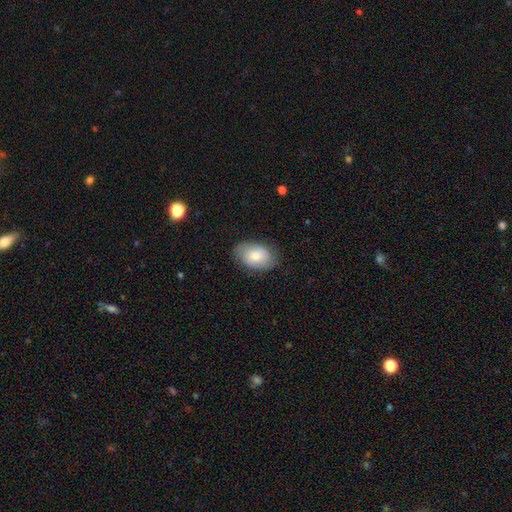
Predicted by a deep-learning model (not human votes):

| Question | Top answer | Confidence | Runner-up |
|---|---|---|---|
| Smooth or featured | smooth | 74% | featured or disk (20%) |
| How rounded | in between | 86% | round (13%) |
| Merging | none | 78% | minor disturbance (17%) |